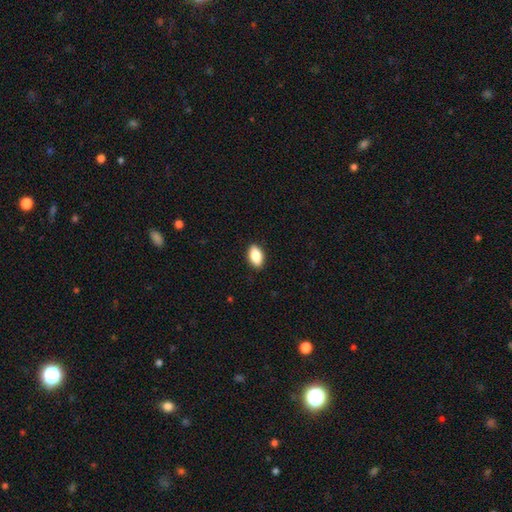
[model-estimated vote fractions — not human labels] Smooth or featured: smooth — 86% (featured or disk — 7%)
How rounded: in between — 91% (round — 5%)
Merging: none — 89% (minor disturbance — 8%)